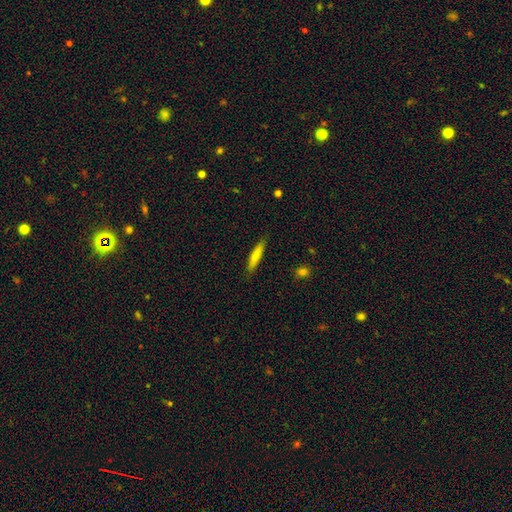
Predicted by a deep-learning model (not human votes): Smooth or featured: smooth — 76% (featured or disk — 18%)
How rounded: cigar-shaped — 89% (in between — 10%)
Merging: none — 86% (minor disturbance — 11%)